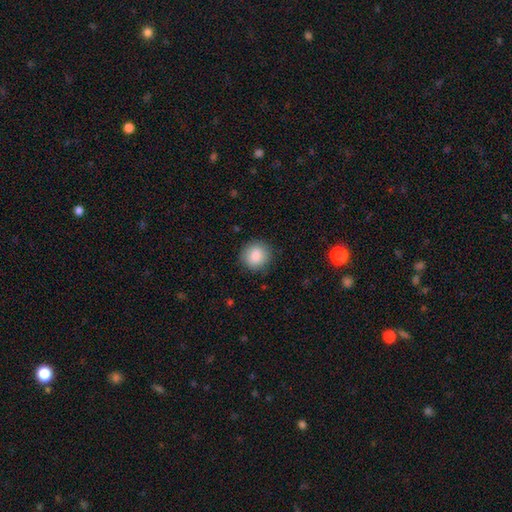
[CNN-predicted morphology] smooth_or_featured: smooth (p=0.87) [alt: star or artifact p=0.08]
how_rounded: round (p=0.91) [alt: in between p=0.08]
merging: none (p=0.87) [alt: minor disturbance p=0.09]